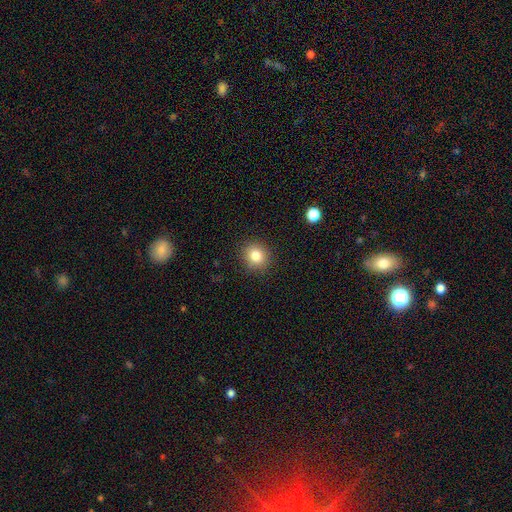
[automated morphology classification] Smooth or featured? Predicted: smooth (p=0.82). How rounded? Predicted: round (p=0.87). Merging? Predicted: none (p=0.90).